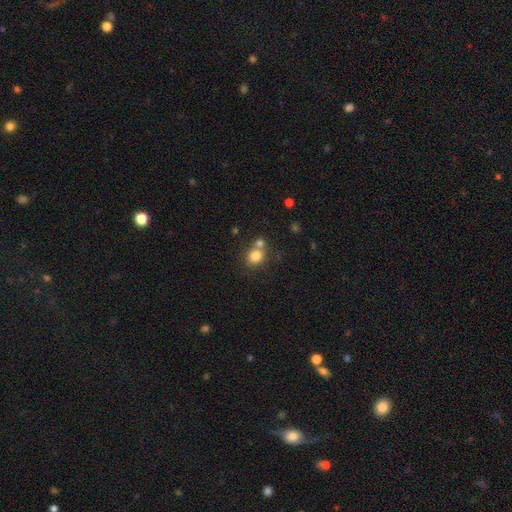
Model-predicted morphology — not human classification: type=smooth (80%); roundness=round (71%); merging=none (53%).